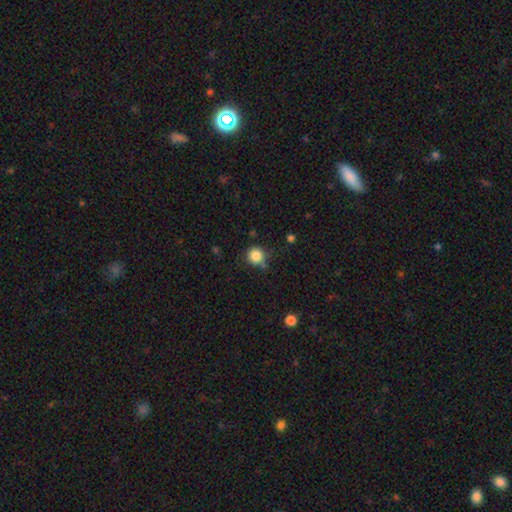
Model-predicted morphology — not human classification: type=smooth (84%); roundness=round (93%); merging=none (76%).